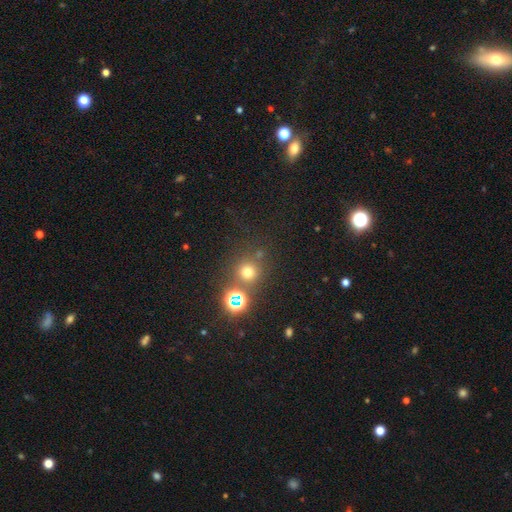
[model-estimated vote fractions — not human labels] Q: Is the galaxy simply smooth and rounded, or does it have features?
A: smooth — 49%.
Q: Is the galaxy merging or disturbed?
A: none — 71%.